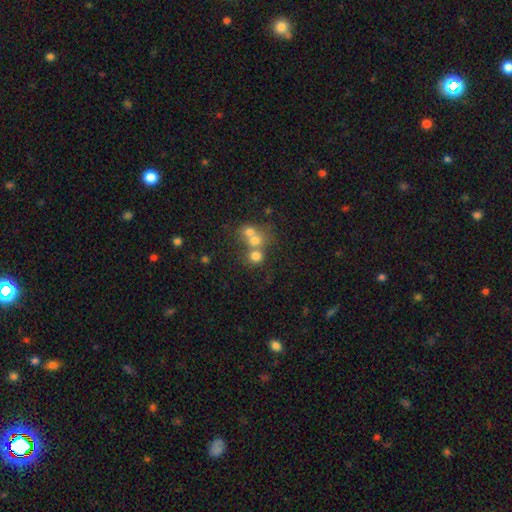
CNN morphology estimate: smooth_or_featured: smooth (p=0.67) [alt: featured or disk p=0.18]
how_rounded: round (p=0.77) [alt: in between p=0.21]
merging: merger (p=0.54) [alt: none p=0.35]